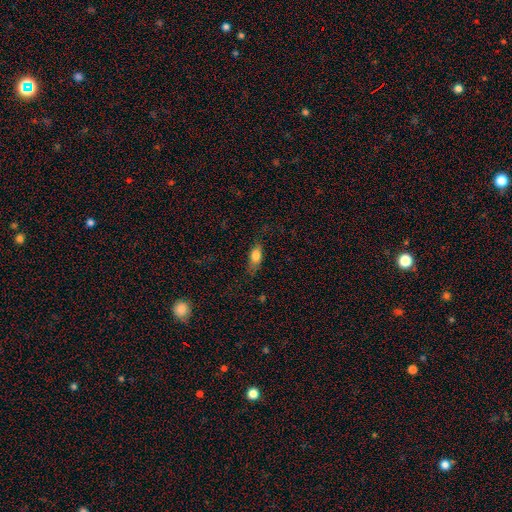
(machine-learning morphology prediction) Q: Smooth or featured?
A: smooth (75%); runner-up: featured or disk (17%)
Q: How rounded?
A: in between (75%); runner-up: cigar-shaped (20%)
Q: Merging?
A: none (71%); runner-up: minor disturbance (21%)